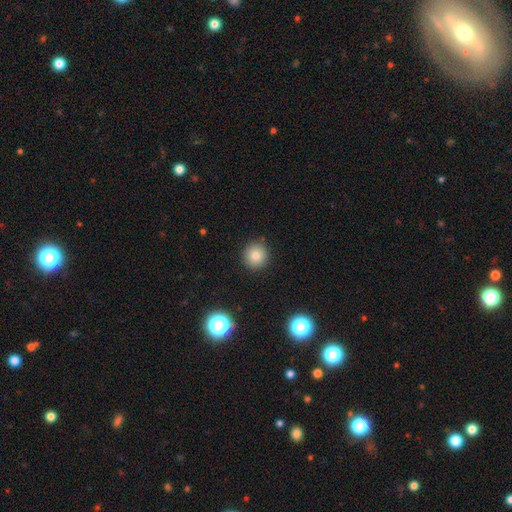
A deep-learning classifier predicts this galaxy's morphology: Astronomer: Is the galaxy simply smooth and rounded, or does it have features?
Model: smooth — 80%.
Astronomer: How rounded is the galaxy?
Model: round — 94%.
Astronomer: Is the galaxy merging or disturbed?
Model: none — 90%.